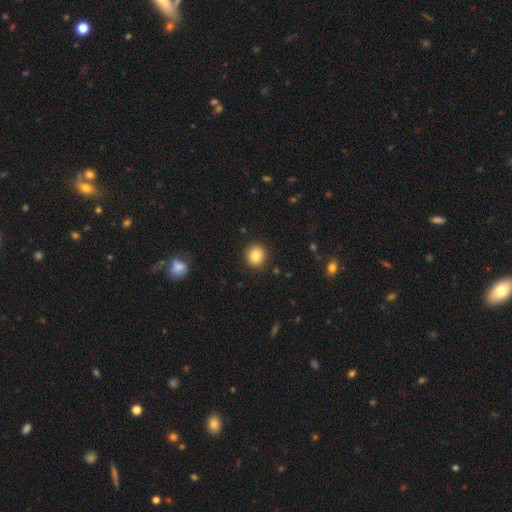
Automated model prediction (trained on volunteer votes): Smooth or featured? smooth (84%)
How rounded? round (85%)
Merging? none (91%)